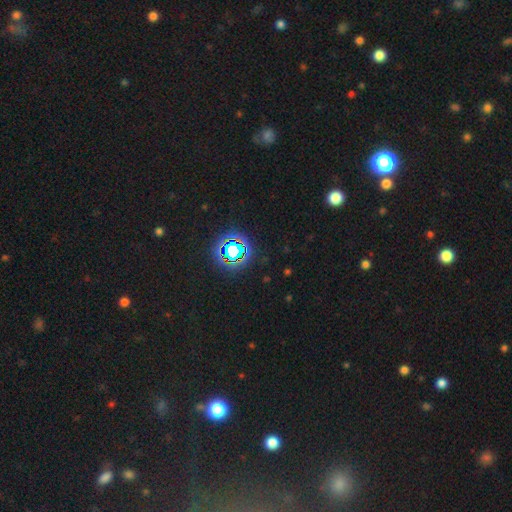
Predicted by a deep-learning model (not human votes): Morphology: type=star or artifact (79%).